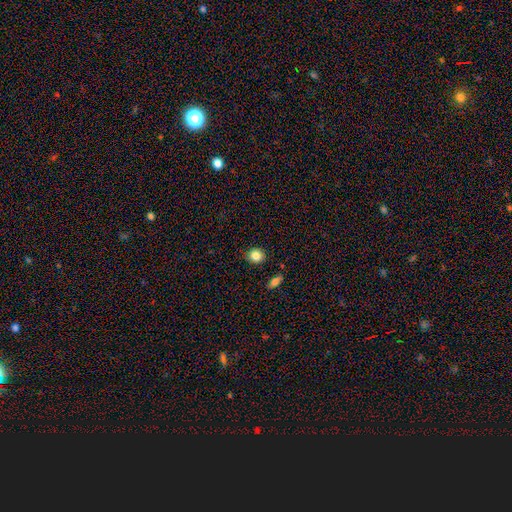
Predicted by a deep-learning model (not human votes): Overall: smooth (85%). How rounded: round (78%). Merging: none (88%).